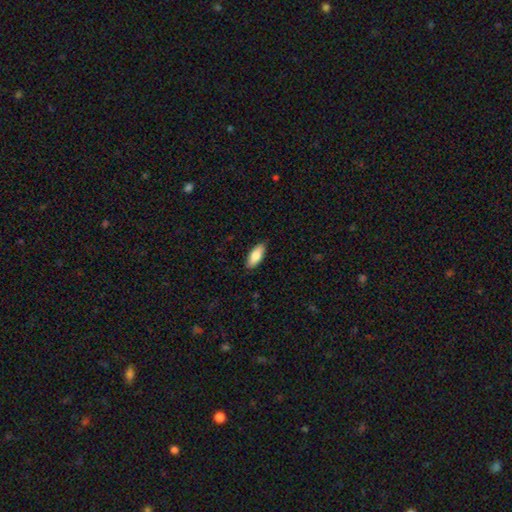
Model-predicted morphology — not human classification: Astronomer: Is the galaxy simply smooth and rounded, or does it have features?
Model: smooth — 82%.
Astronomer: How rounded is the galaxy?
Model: in between — 81%.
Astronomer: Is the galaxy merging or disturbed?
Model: none — 88%.